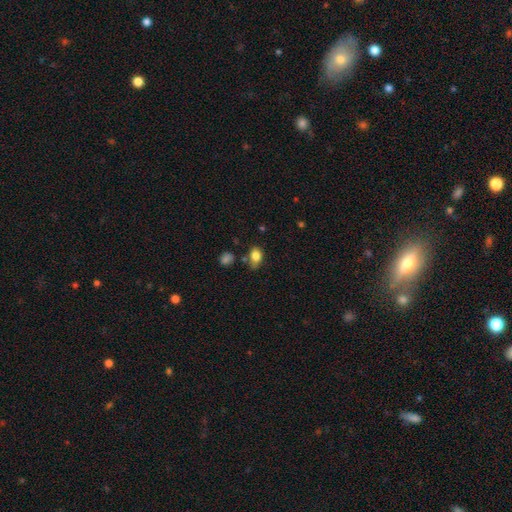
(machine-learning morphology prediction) This is clearly a smooth galaxy (82%). How rounded: likely in between (78%). Merging: likely none (62%).